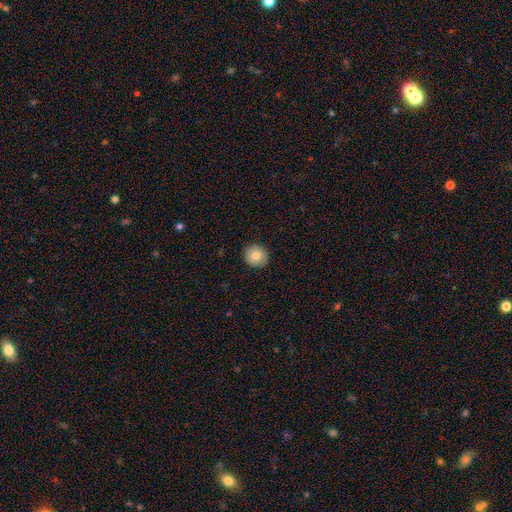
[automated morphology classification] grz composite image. It shows a smooth galaxy with no disk features (82%) that is round (91%). Merging: none (92%).